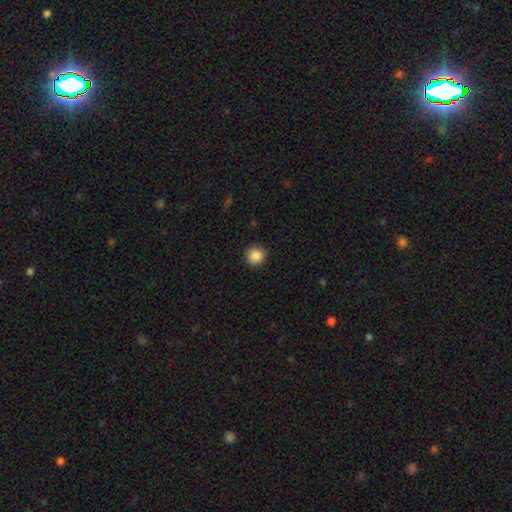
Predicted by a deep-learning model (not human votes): smooth 88%, star or artifact 9%, featured or disk 3%. Down the decision tree: how rounded — round (94%); merging — none (91%).